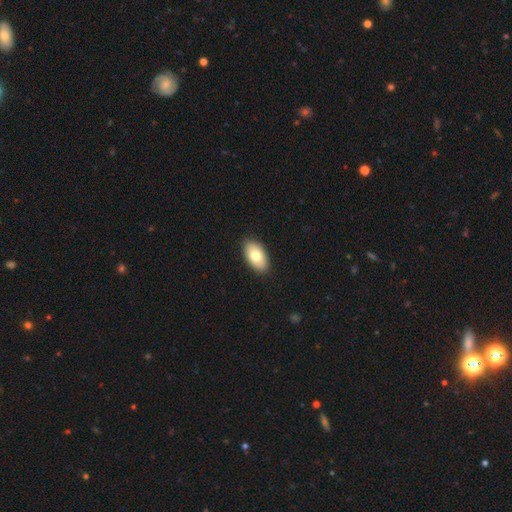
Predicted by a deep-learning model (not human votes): This appears to be a smooth galaxy with no disk features (75%) that is in between round and cigar-shaped (94%). Merging: none (90%).